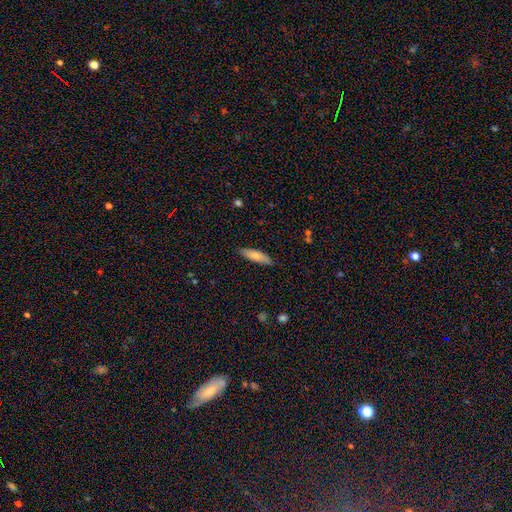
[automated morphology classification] Smooth or featured? Predicted: smooth (p=0.74). How rounded? Predicted: cigar-shaped (p=0.57). Merging? Predicted: none (p=0.85).